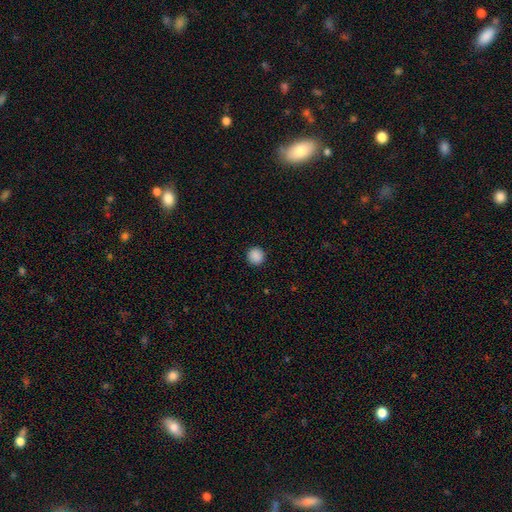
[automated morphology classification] The model was most divided on "smooth or featured": smooth: 89%, star or artifact: 9%, featured or disk: 2%. More confident: how rounded — round (95%); merging — none (92%).